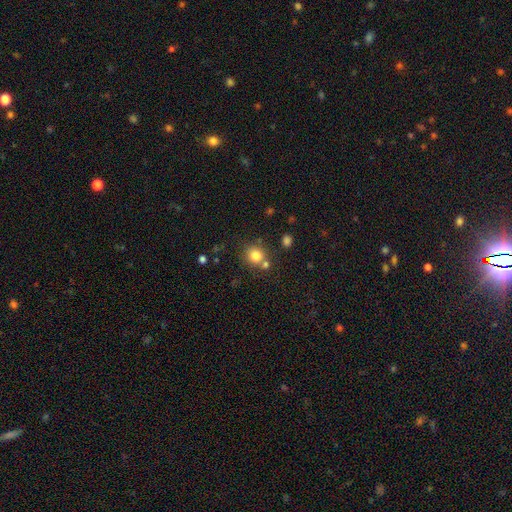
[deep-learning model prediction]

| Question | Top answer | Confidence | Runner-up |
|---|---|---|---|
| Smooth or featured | smooth | 80% | star or artifact (12%) |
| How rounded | round | 86% | in between (13%) |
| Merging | none | 68% | merger (19%) |